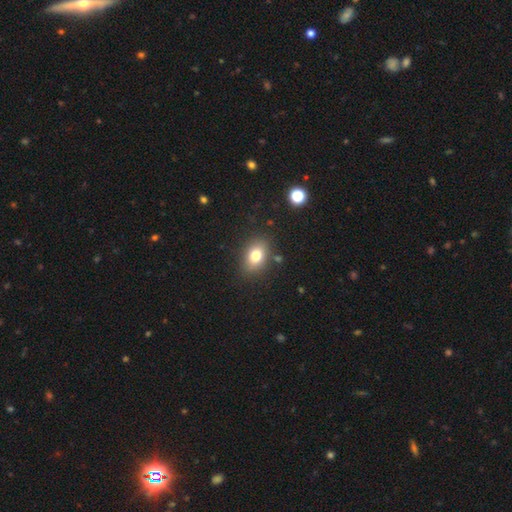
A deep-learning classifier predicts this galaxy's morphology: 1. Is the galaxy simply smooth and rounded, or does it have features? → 78% smooth, 12% featured or disk, 11% star or artifact.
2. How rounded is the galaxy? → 75% in between, 23% round, 2% cigar-shaped.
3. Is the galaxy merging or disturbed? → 83% none, 11% minor disturbance, 3% major disturbance, 3% merger.